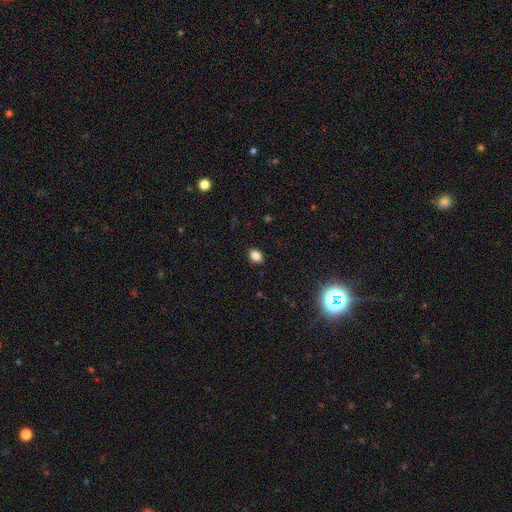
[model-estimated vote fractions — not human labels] A smooth galaxy with no disk features (83%) that is in between round and cigar-shaped (64%).

Vote fractions:
- Smooth or featured? smooth: 83% / star or artifact: 12% / featured or disk: 4%
- How rounded? in between: 64% / round: 35% / cigar-shaped: 1%
- Merging? none: 88% / minor disturbance: 9% / major disturbance: 2% / merger: 1%